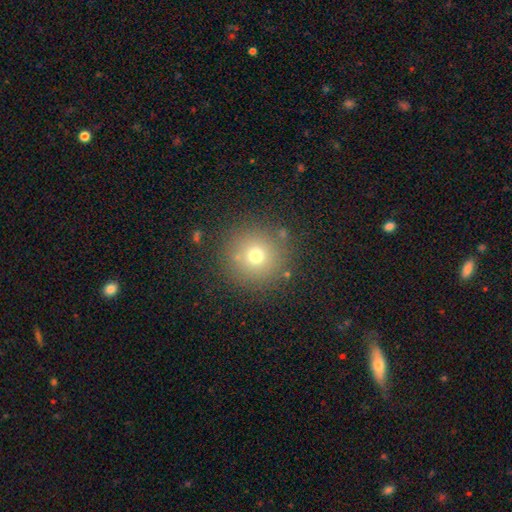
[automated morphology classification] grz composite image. It shows a smooth galaxy with no disk features (70%) that is round (96%). Merging: none (86%).